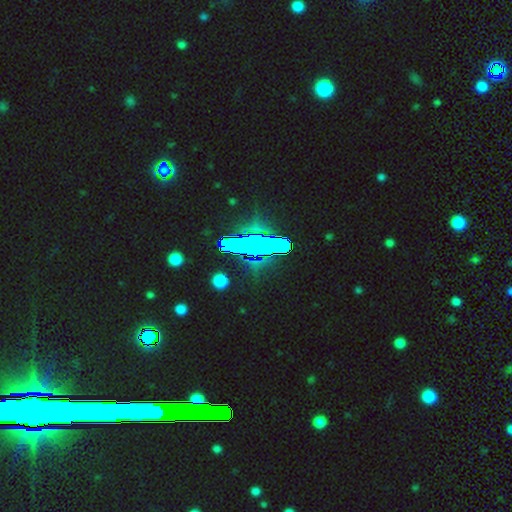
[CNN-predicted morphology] Smooth or featured?
  - star or artifact: 77% *
  - featured or disk: 12%
  - smooth: 11%